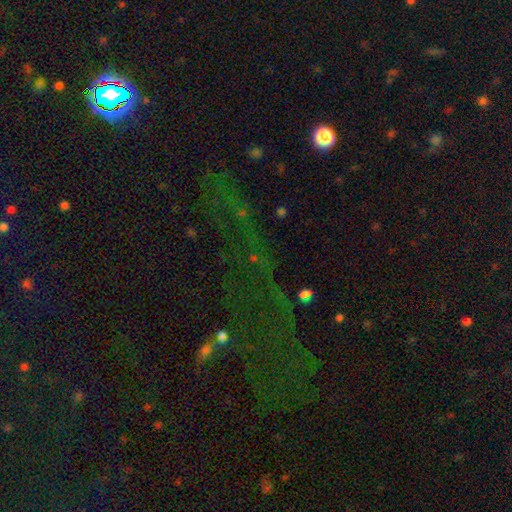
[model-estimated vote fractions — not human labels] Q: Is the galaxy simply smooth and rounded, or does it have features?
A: star or artifact — 68%.